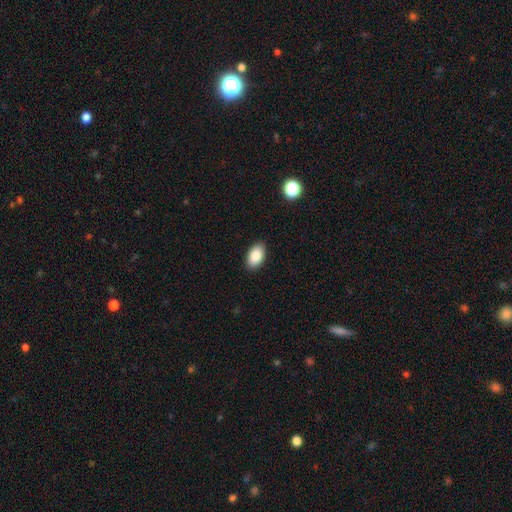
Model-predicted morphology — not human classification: type=smooth (87%); roundness=in between (94%); merging=none (90%).